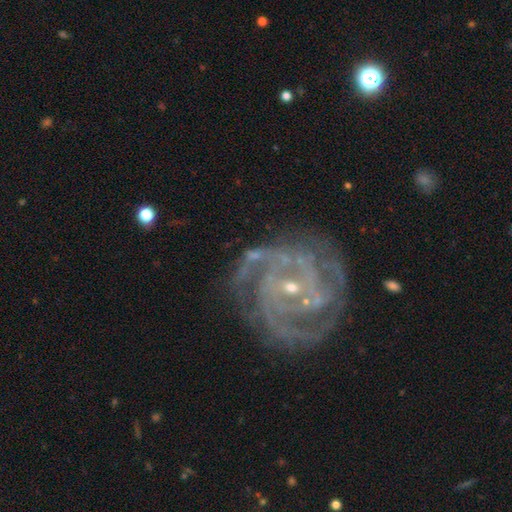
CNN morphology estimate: type=featured or disk (88%); edge-on=no (98%); bar=no (45%); spiral arms=yes (97%); winding=tight (61%); arm count=3 (31%); bulge=small (77%); merging=none (68%).